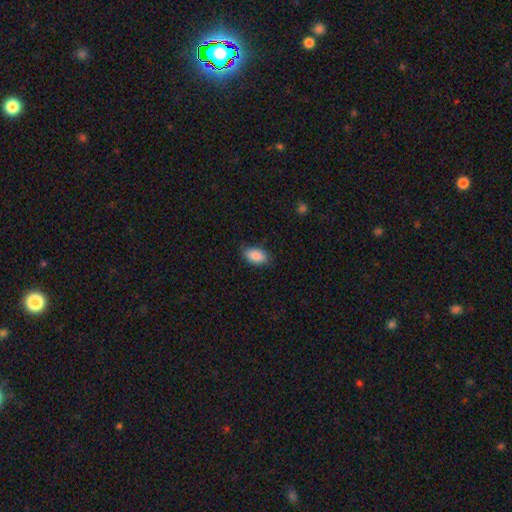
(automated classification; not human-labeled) This appears to be a smooth galaxy with no disk features (89%) that is in between round and cigar-shaped (93%). Merging: none (82%).